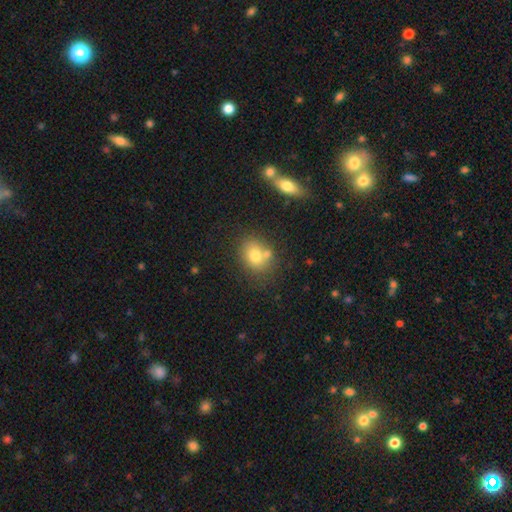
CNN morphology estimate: Smooth or featured? smooth (75%)
How rounded? round (52%)
Merging? none (60%)